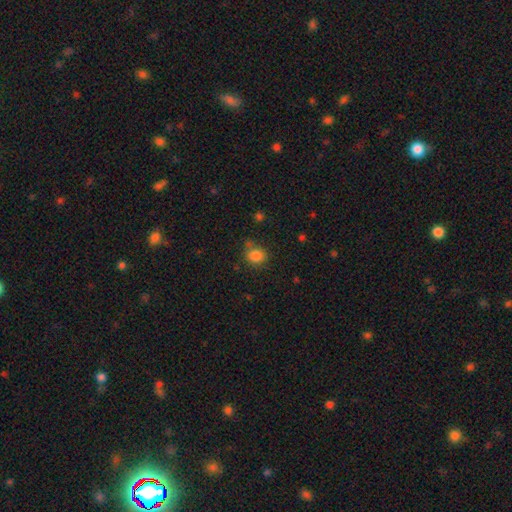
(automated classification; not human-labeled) This is clearly a smooth galaxy (84%). How rounded: likely round (72%). Merging: likely none (66%).